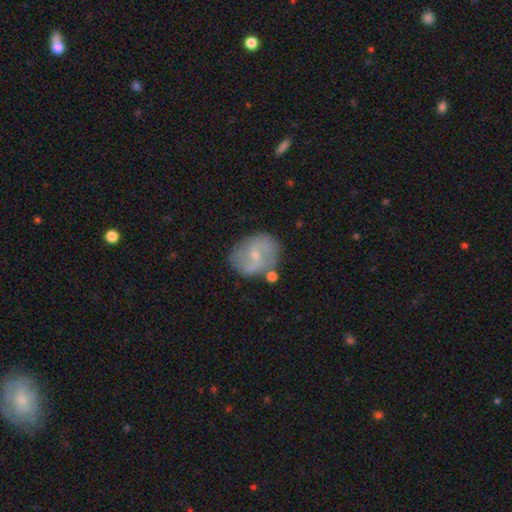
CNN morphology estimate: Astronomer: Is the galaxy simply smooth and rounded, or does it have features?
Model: featured or disk — 60%.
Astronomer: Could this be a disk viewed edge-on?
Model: no — 97%.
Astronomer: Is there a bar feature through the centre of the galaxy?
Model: weak — 47% (runner-up: no, 39%).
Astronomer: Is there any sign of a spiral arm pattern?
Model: yes — 75%.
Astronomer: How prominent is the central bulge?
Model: small — 69%.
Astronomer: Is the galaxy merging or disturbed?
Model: none — 71%.